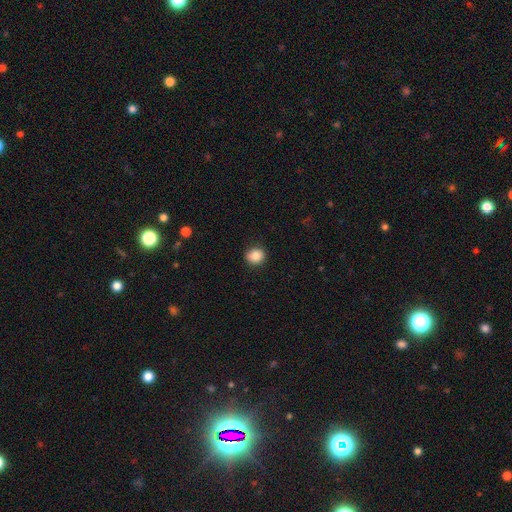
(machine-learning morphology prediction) Smooth or featured?
  - smooth: 86% *
  - star or artifact: 9%
  - featured or disk: 5%
How rounded?
  - round: 85% *
  - in between: 14%
  - cigar-shaped: 1%
Merging?
  - none: 90% *
  - minor disturbance: 7%
  - major disturbance: 2%
  - merger: 1%